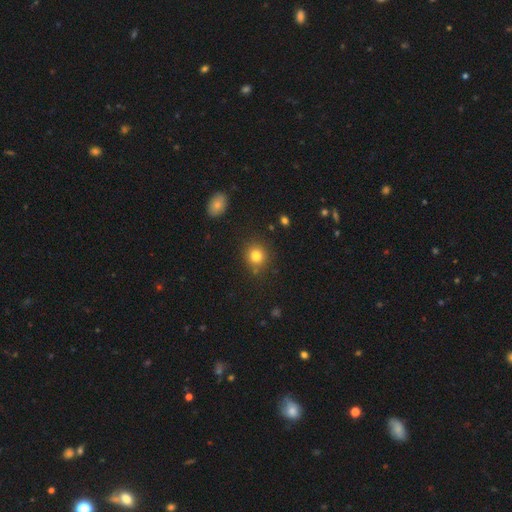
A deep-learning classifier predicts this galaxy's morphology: The model was most divided on "smooth or featured": smooth: 82%, star or artifact: 12%, featured or disk: 6%. More confident: how rounded — round (85%); merging — none (84%).